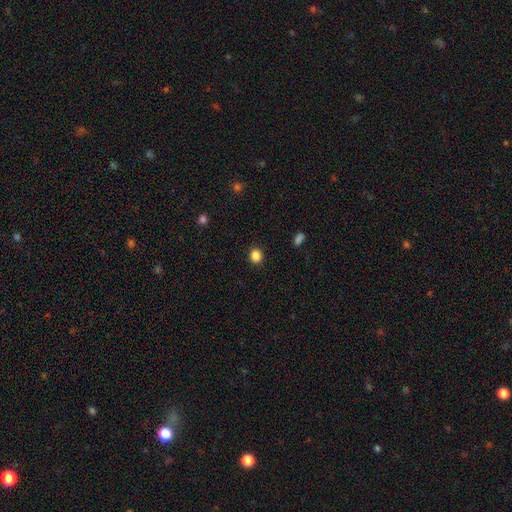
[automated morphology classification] smooth-or-featured: smooth: 85% | star or artifact: 11% | featured or disk: 3%
  how-rounded: round: 78% | in between: 21% | cigar-shaped: 1%
  merging: none: 91% | minor disturbance: 6% | major disturbance: 2% | merger: 1%